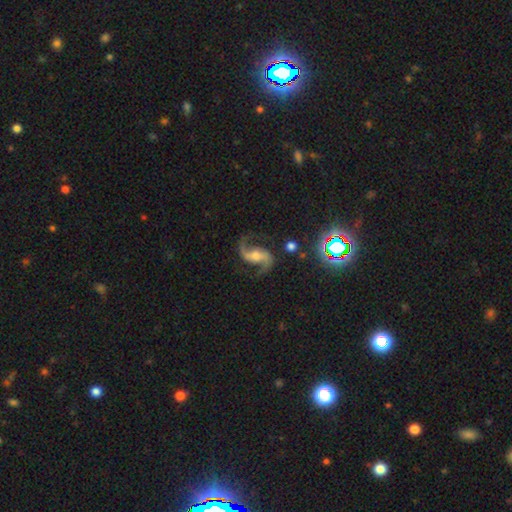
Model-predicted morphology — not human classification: A featured or disk galaxy (89%) with a weak bar (37%), 2 (94%) loose (63%) spiral arms (98%) and a moderate central bulge (49%).

Vote fractions:
- Smooth or featured? featured or disk: 89% / star or artifact: 7% / smooth: 4%
- Edge-on disk? no: 98% / yes: 2%
- Bar? weak: 37% / no: 35% / strong: 28%
- Spiral arms? yes: 98% / no: 2%
- Spiral winding? loose: 63% / medium: 32% / tight: 6%
- Spiral arm count? 2: 94% / 1: 2% / can't tell: 1% / 3: 1% / 4: 1% / more than 4: 1%
- Bulge size? moderate: 49% / small: 38% / large: 6% / none: 5% / dominant: 2%
- Merging? none: 78% / minor disturbance: 12% / major disturbance: 7% / merger: 2%